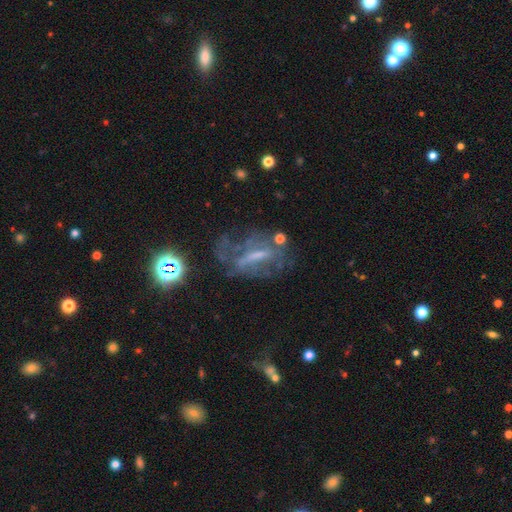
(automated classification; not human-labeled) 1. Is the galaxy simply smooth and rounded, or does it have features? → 59% featured or disk, 21% star or artifact, 20% smooth.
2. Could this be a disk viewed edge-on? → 82% no, 18% yes.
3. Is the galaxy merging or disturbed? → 45% none, 30% major disturbance, 19% minor disturbance, 6% merger.